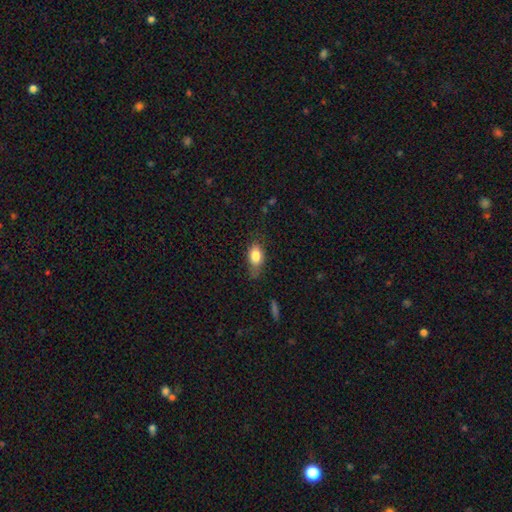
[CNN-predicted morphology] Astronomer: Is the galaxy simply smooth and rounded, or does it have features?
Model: smooth — 81%.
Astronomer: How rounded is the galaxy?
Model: in between — 83%.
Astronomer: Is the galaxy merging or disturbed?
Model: none — 57%.